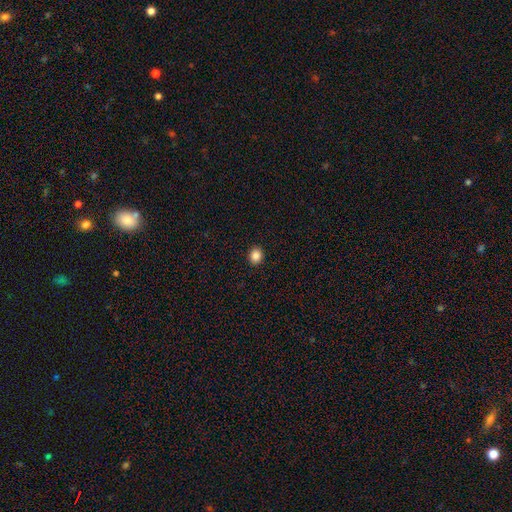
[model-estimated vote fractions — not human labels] Smooth or featured? smooth (86%)
How rounded? round (71%)
Merging? none (92%)